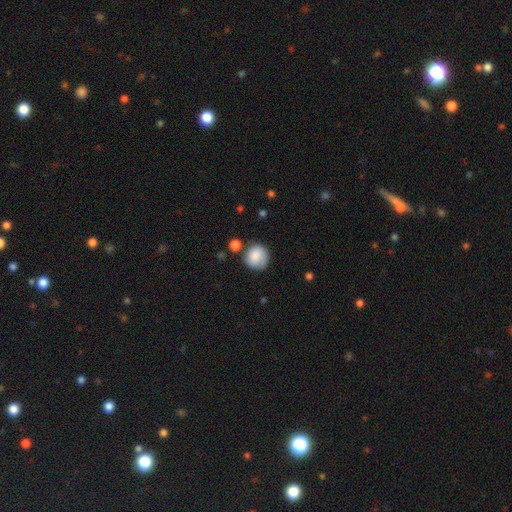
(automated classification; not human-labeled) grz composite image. It shows a smooth galaxy with no disk features (83%) that is round (88%). Merging: none (66%).